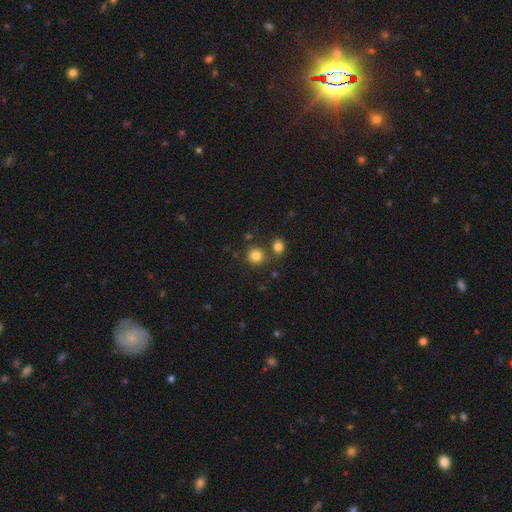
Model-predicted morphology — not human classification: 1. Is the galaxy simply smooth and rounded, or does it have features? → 82% smooth, 13% star or artifact, 6% featured or disk.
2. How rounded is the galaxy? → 90% round, 9% in between, 1% cigar-shaped.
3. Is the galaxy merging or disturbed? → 75% none, 14% merger, 8% minor disturbance, 3% major disturbance.